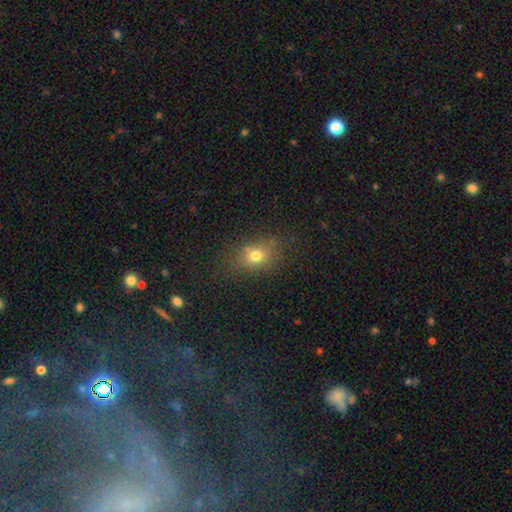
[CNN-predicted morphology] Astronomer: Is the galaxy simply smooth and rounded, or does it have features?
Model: smooth — 73%.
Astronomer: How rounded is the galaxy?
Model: in between — 58% (runner-up: round, 40%).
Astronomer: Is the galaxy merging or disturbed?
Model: none — 74%.